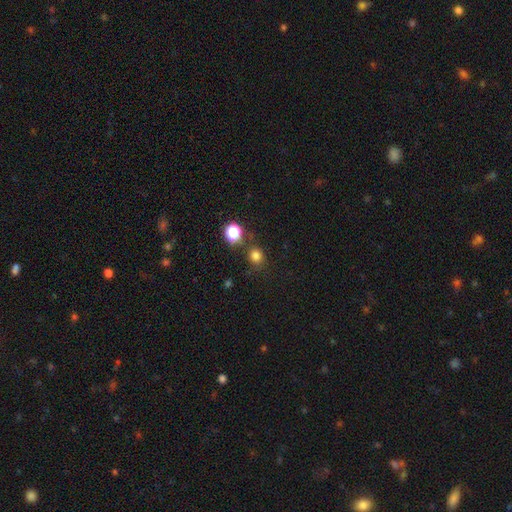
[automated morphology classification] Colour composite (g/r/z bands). It shows a smooth galaxy with no disk features (78%) that is round (83%). Merging: none (78%).